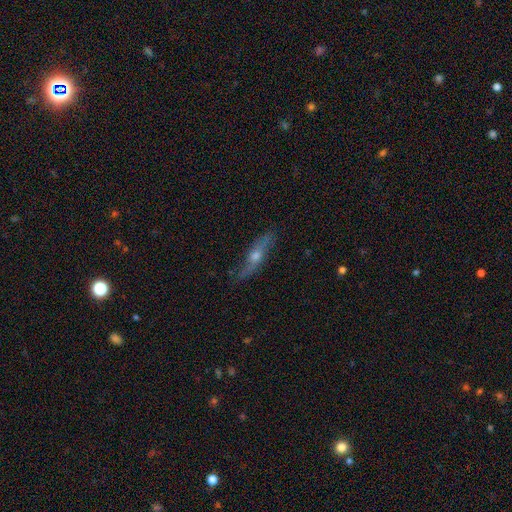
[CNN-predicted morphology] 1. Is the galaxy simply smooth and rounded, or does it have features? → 66% featured or disk, 27% smooth, 7% star or artifact.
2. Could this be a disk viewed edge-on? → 71% yes, 29% no.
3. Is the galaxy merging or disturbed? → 76% none, 18% minor disturbance, 4% major disturbance, 2% merger.